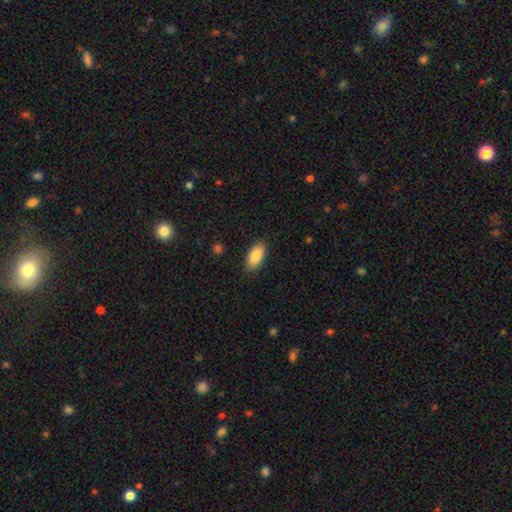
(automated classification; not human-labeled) Smooth or featured?
  - smooth: 86% *
  - featured or disk: 8%
  - star or artifact: 6%
How rounded?
  - in between: 91% *
  - cigar-shaped: 6%
  - round: 2%
Merging?
  - none: 87% *
  - minor disturbance: 9%
  - major disturbance: 2%
  - merger: 1%